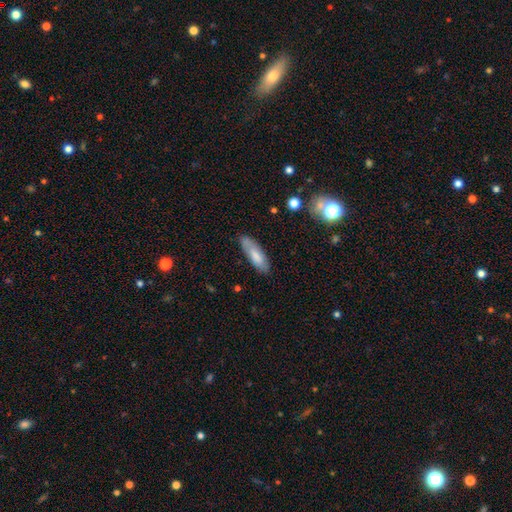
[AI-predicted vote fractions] This is likely a smooth galaxy (77%). How rounded: possibly in between (52%). Merging: likely none (80%).